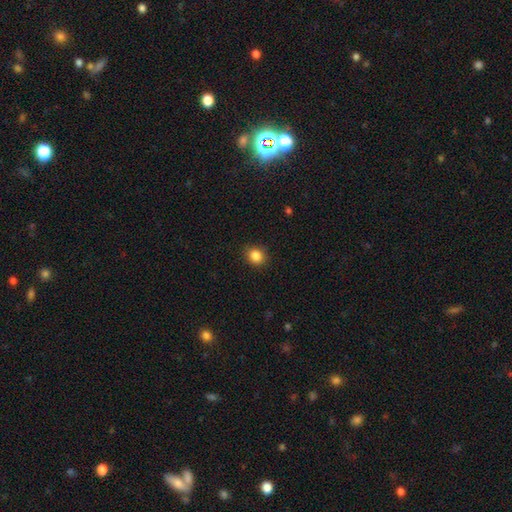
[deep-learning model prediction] Overall: smooth (86%). How rounded: round (77%). Merging: none (89%).